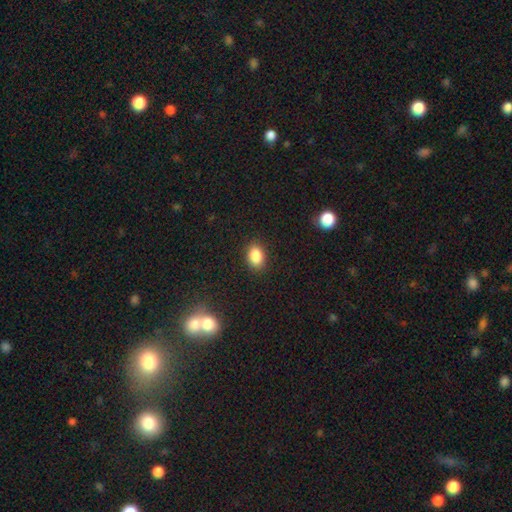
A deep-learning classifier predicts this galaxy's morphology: type=smooth (87%); roundness=in between (79%); merging=none (88%).